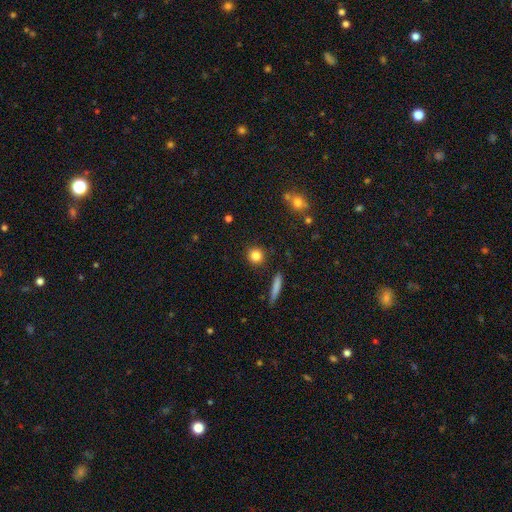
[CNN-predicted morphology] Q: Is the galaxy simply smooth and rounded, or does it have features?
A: smooth — 84%.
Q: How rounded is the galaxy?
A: round — 87%.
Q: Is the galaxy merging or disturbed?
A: none — 90%.